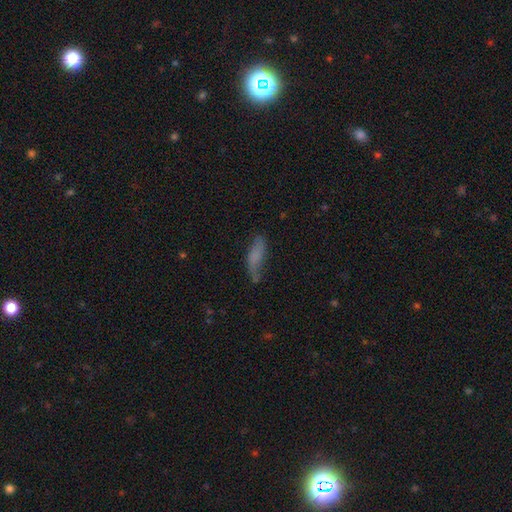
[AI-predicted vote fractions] smooth_or_featured: smooth (p=0.63) [alt: featured or disk p=0.27]
how_rounded: cigar-shaped (p=0.52) [alt: in between p=0.46]
merging: none (p=0.49) [alt: minor disturbance p=0.32]